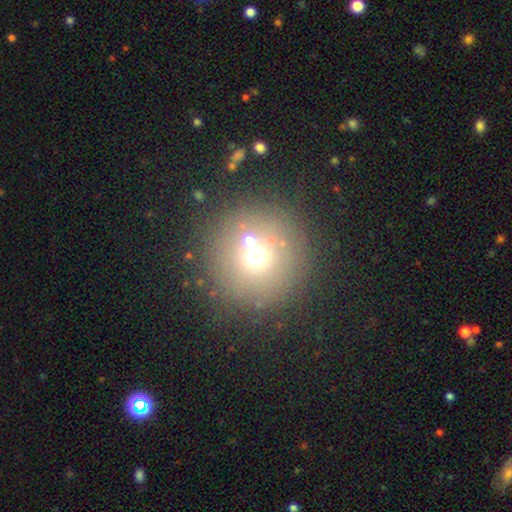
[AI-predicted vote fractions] Smooth or featured? Predicted: smooth (p=0.64). How rounded? Predicted: round (p=0.96). Merging? Predicted: none (p=0.81).